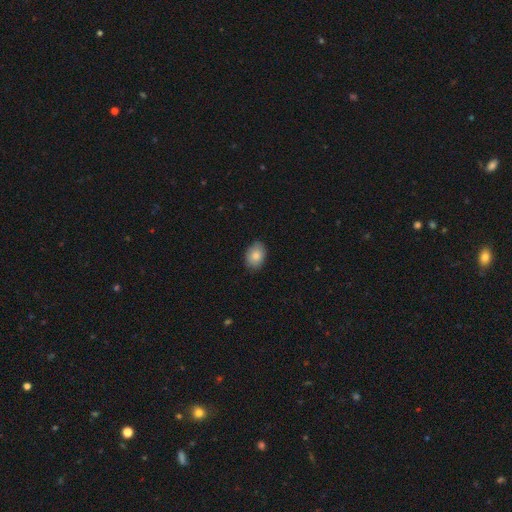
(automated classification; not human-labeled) Smooth or featured?
  - smooth: 86% *
  - featured or disk: 7%
  - star or artifact: 7%
How rounded?
  - in between: 76% *
  - round: 23%
  - cigar-shaped: 1%
Merging?
  - none: 83% *
  - minor disturbance: 13%
  - major disturbance: 2%
  - merger: 1%